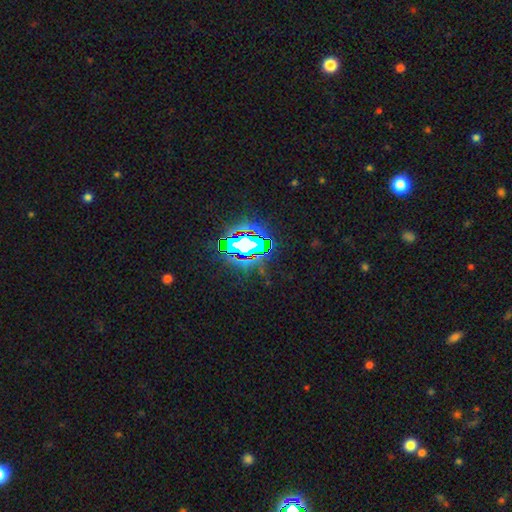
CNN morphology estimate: Smooth or featured: star or artifact — 82% (smooth — 11%)